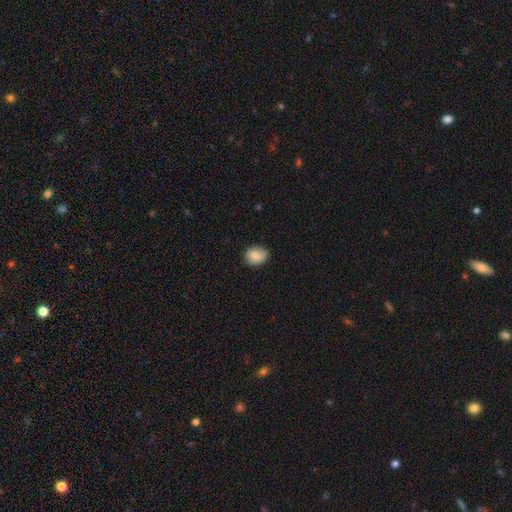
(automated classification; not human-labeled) smooth_or_featured: smooth (p=0.80) [alt: featured or disk p=0.12]
how_rounded: in between (p=0.51) [alt: round p=0.48]
merging: none (p=0.73) [alt: minor disturbance p=0.22]